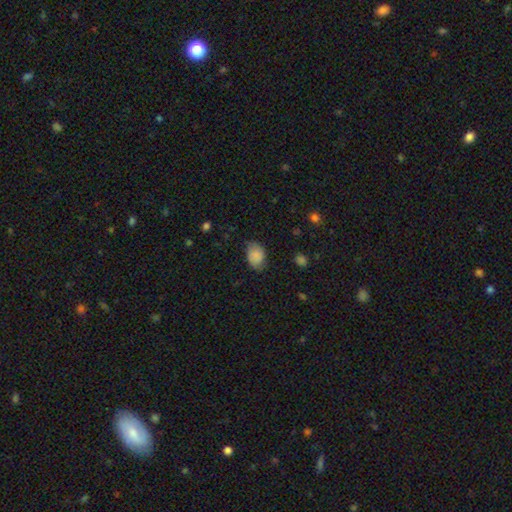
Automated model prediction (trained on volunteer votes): Smooth or featured: smooth — 82% (featured or disk — 9%)
How rounded: in between — 74% (round — 25%)
Merging: none — 64% (minor disturbance — 28%)